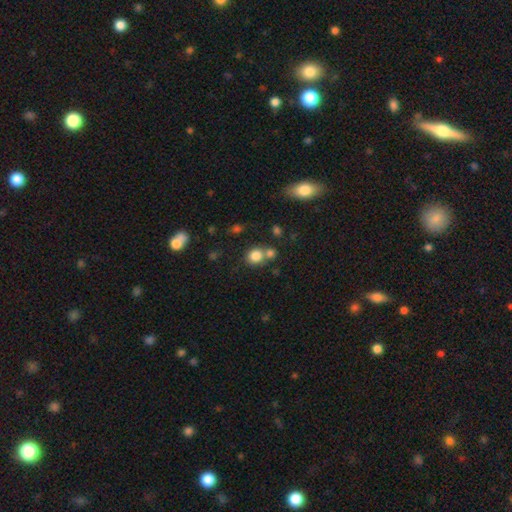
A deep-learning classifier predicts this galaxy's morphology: Smooth or featured? Predicted: smooth (p=0.82). How rounded? Predicted: round (p=0.82). Merging? Predicted: none (p=0.58).